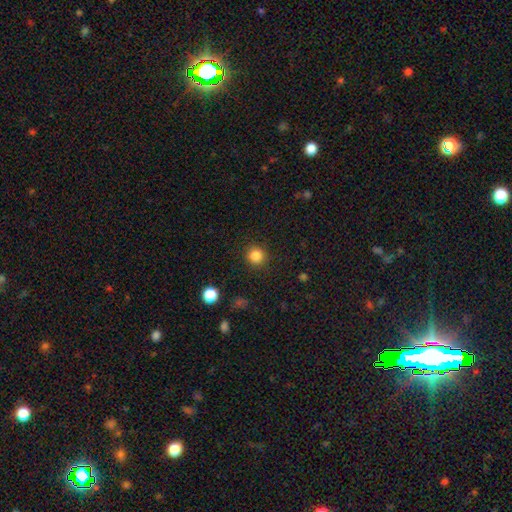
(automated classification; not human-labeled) Q: Smooth or featured?
A: smooth (85%); runner-up: star or artifact (11%)
Q: How rounded?
A: round (93%); runner-up: in between (6%)
Q: Merging?
A: none (90%); runner-up: minor disturbance (6%)